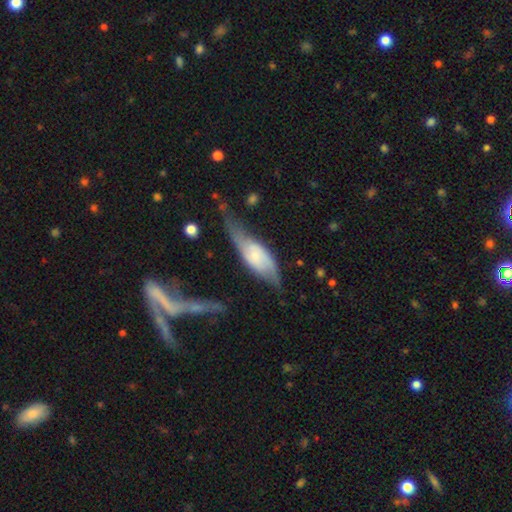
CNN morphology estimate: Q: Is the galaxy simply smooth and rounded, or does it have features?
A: featured or disk — 64%.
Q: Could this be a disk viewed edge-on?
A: no — 73%.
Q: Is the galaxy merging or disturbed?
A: none — 42%.